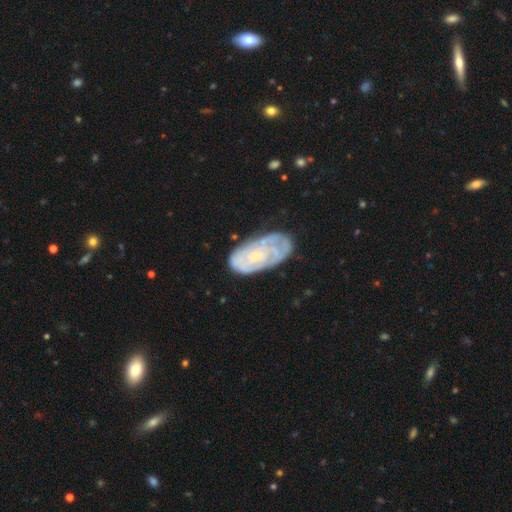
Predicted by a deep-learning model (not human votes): Smooth or featured? featured or disk (70%)
Edge-on disk? no (94%)
Bar? no (77%)
Spiral arms? yes (78%)
Spiral winding? tight (70%)
Spiral arm count? can't tell (58%)
Bulge size? small (69%)
Merging? none (68%)